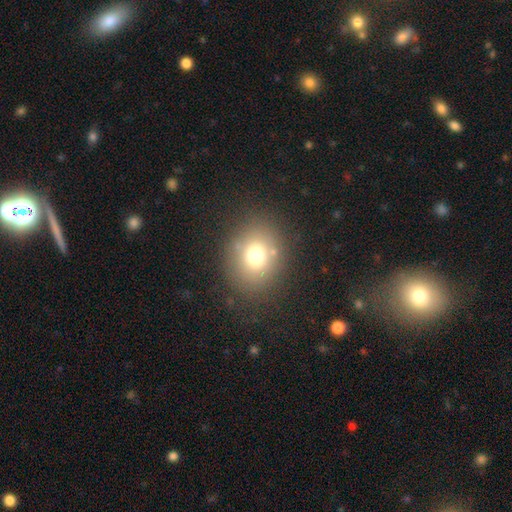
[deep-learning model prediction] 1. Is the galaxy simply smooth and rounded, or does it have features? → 72% smooth, 15% star or artifact, 14% featured or disk.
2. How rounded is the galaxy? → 60% round, 39% in between, 1% cigar-shaped.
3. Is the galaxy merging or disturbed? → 80% none, 11% minor disturbance, 5% major disturbance, 3% merger.